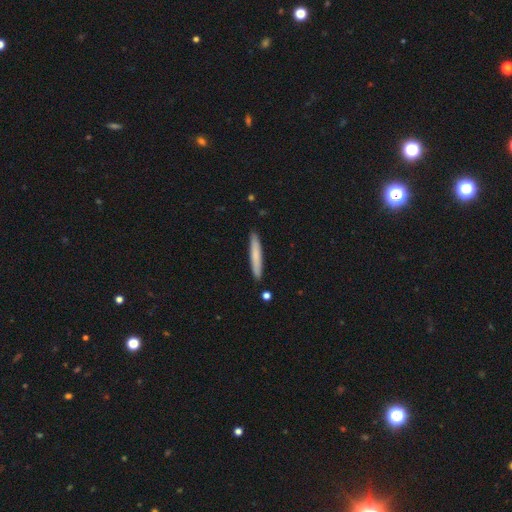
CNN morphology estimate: smooth-or-featured: smooth: 73% | featured or disk: 21% | star or artifact: 6%
  how-rounded: cigar-shaped: 95% | in between: 4% | round: 1%
  merging: none: 90% | minor disturbance: 7% | merger: 2% | major disturbance: 1%